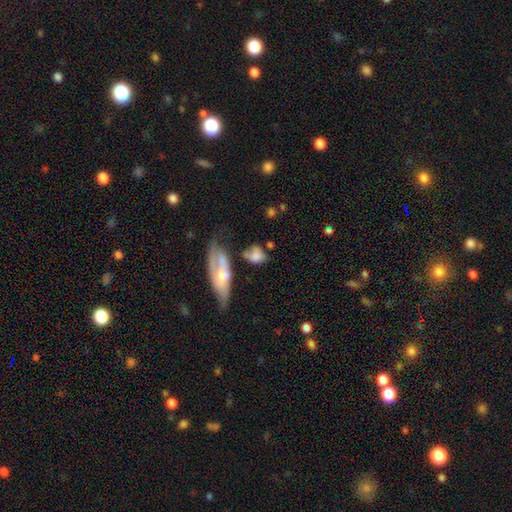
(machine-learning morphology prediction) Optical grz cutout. It shows a smooth galaxy with no disk features (67%) that is in between round and cigar-shaped (67%). Merging: none (38%).